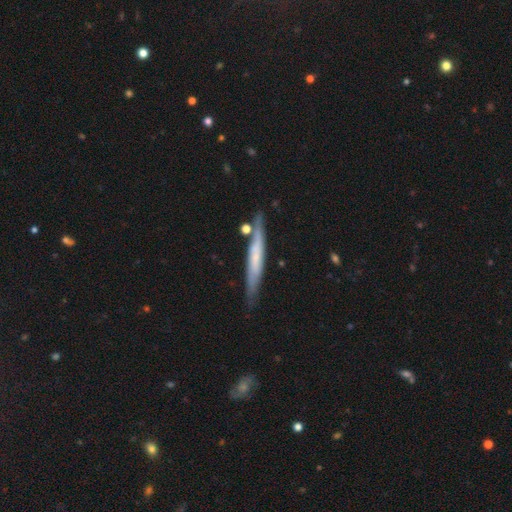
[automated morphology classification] A featured or disk galaxy (49%).

Vote fractions:
- Smooth or featured? featured or disk: 49% / smooth: 45% / star or artifact: 6%
- Merging? none: 77% / minor disturbance: 14% / merger: 6% / major disturbance: 3%